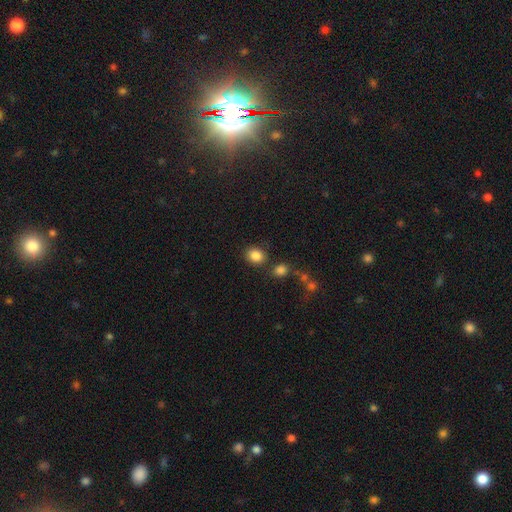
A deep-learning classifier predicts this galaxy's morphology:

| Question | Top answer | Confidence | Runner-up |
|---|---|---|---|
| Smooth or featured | smooth | 86% | star or artifact (10%) |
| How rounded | round | 62% | in between (37%) |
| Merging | none | 77% | minor disturbance (10%) |